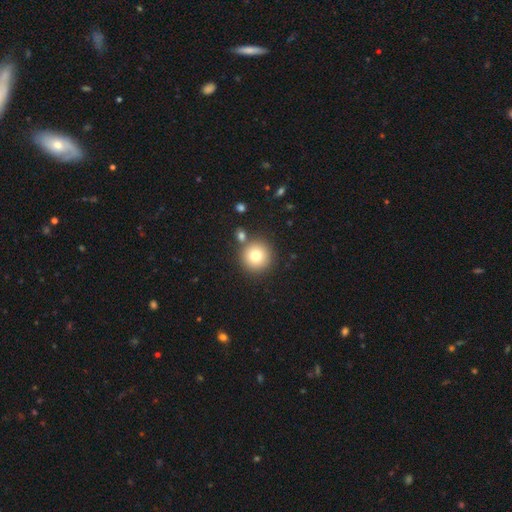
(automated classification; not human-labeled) This appears to be a smooth galaxy with no disk features (77%) that is round (95%). Merging: none (80%).